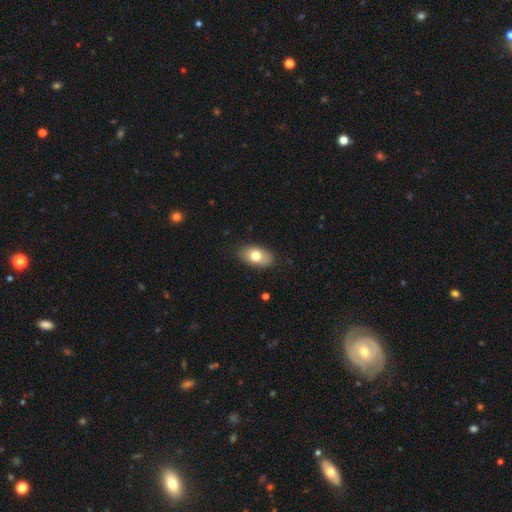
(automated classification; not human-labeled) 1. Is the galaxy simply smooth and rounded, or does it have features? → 75% smooth, 17% featured or disk, 8% star or artifact.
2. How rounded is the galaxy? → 90% in between, 8% round, 2% cigar-shaped.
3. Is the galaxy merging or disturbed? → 85% none, 11% minor disturbance, 3% major disturbance, 1% merger.